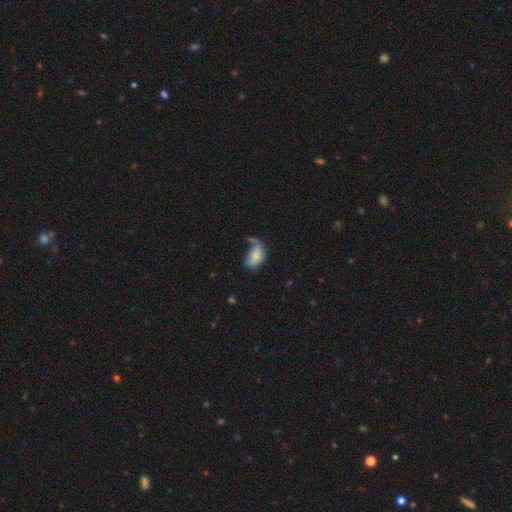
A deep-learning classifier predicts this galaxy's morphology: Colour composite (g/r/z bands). It shows a smooth galaxy with no disk features (69%) that is in between round and cigar-shaped (91%). Merging: none (35%).